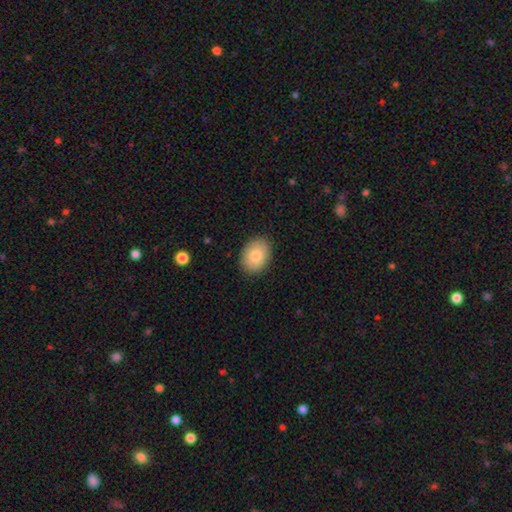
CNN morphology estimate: Smooth or featured?
  - smooth: 82% *
  - featured or disk: 11%
  - star or artifact: 7%
How rounded?
  - in between: 72% *
  - round: 27%
  - cigar-shaped: 1%
Merging?
  - none: 89% *
  - minor disturbance: 8%
  - major disturbance: 2%
  - merger: 1%